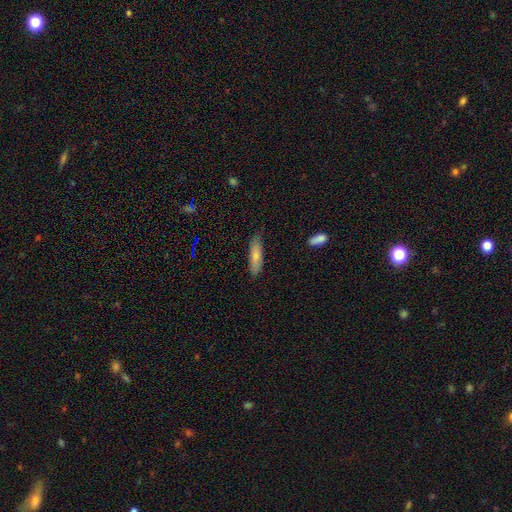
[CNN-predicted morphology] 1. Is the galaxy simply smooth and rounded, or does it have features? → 76% smooth, 18% featured or disk, 6% star or artifact.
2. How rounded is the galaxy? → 63% cigar-shaped, 35% in between, 2% round.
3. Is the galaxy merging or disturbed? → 77% none, 19% minor disturbance, 3% major disturbance, 1% merger.